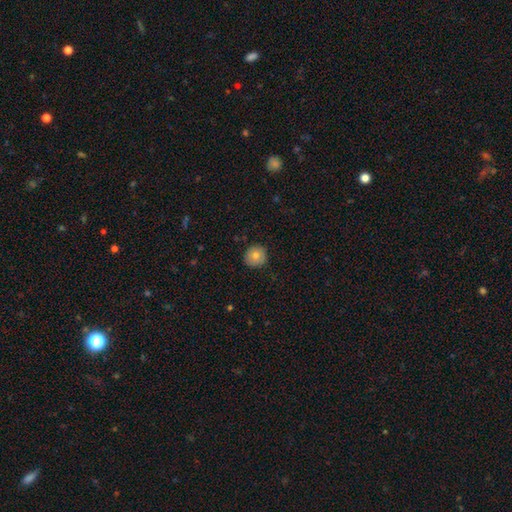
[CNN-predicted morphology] smooth 78%, featured or disk 13%, star or artifact 9%. Down the decision tree: how rounded — round (91%); merging — none (87%).